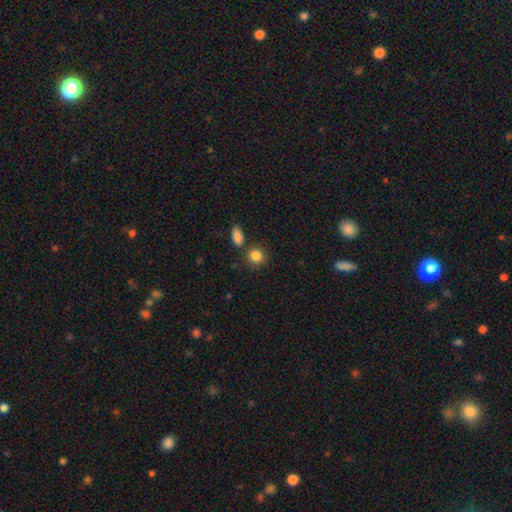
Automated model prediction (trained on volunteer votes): Smooth or featured? Predicted: smooth (p=0.86). How rounded? Predicted: round (p=0.80). Merging? Predicted: none (p=0.74).